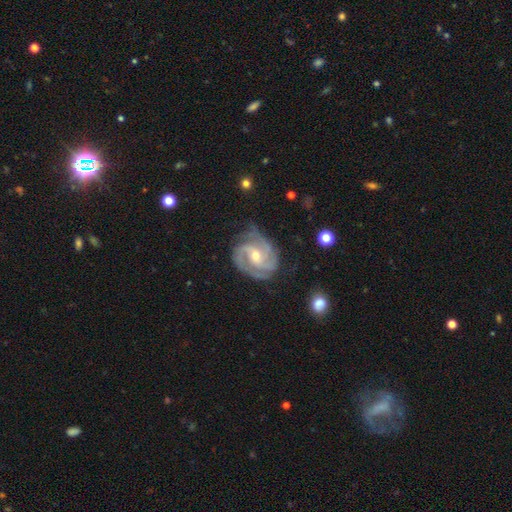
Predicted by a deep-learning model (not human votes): A featured or disk galaxy (92%) with no bar (43%), 3 (43%) tight (52%) spiral arms (98%) and a moderate central bulge (53%). Merging: none (71%).